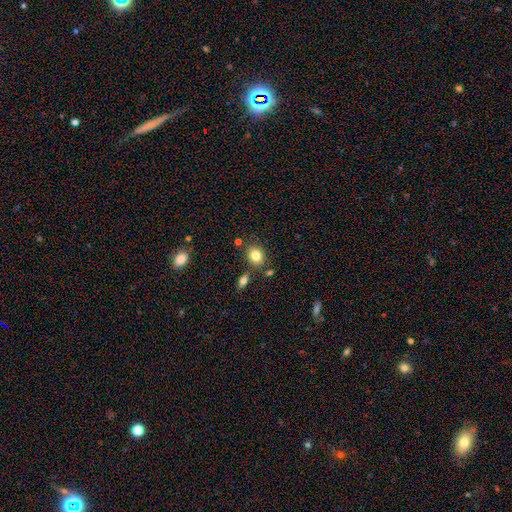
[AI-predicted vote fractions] smooth-or-featured: smooth: 82% | star or artifact: 10% | featured or disk: 8%
  how-rounded: round: 62% | in between: 37% | cigar-shaped: 1%
  merging: none: 77% | minor disturbance: 11% | merger: 9% | major disturbance: 3%